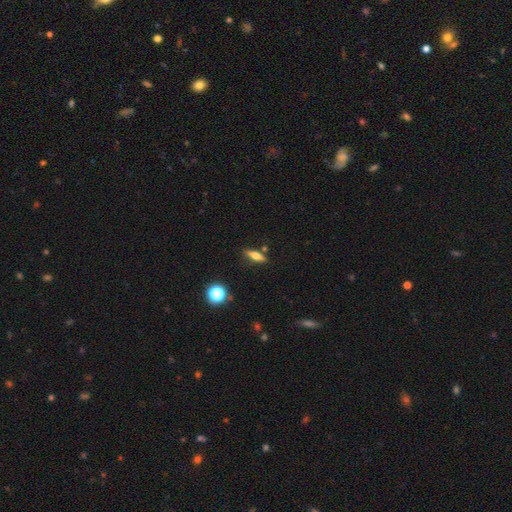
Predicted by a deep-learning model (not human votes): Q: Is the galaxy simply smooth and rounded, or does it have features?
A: smooth — 53%.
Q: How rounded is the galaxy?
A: cigar-shaped — 56%.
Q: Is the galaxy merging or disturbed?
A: none — 81%.